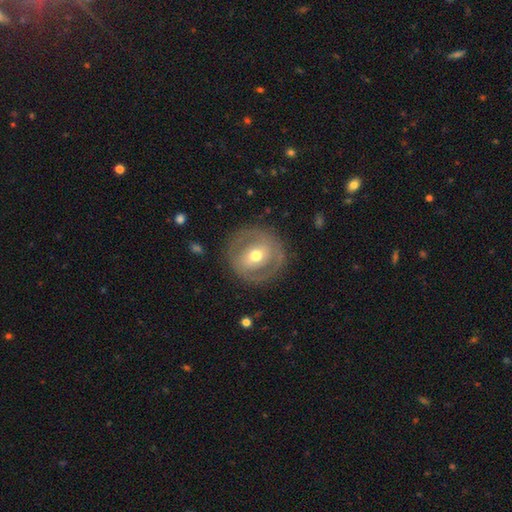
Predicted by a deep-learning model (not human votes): Morphology: type=featured or disk (54%); edge-on=no (95%); bar=no (52%); spiral arms=no (68%); bulge=moderate (74%); merging=none (82%).